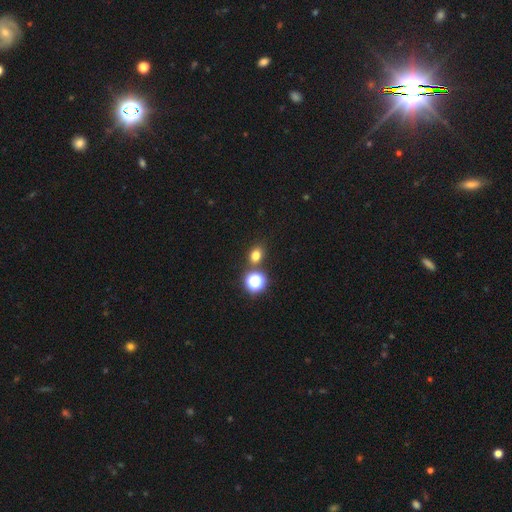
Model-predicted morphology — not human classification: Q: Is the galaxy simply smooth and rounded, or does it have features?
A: smooth — 74%.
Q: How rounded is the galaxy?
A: round — 53%.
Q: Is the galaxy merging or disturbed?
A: none — 76%.